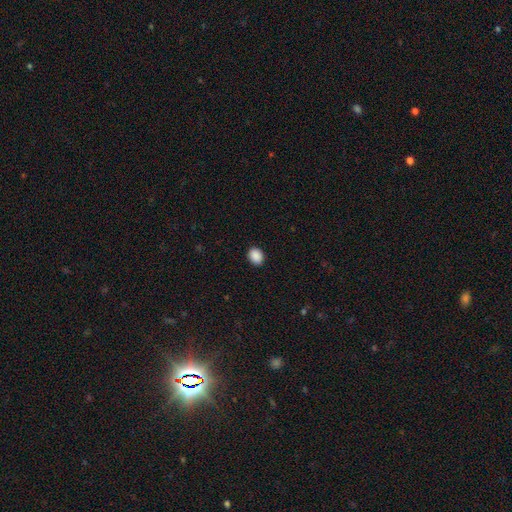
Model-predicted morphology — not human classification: Smooth or featured: smooth — 90% (star or artifact — 8%)
How rounded: in between — 57% (round — 42%)
Merging: none — 91% (minor disturbance — 6%)